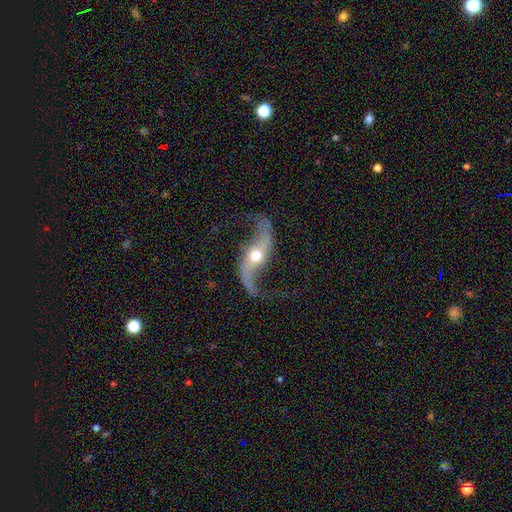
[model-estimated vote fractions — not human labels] The model was most divided on "bar": no: 44%, weak: 29%, strong: 27%. More confident: spiral arms — yes (96%); spiral arm count — 2 (94%); spiral winding — loose (91%); edge-on disk — no (91%); smooth or featured — featured or disk (90%); bulge size — moderate (72%); merging — none (71%).